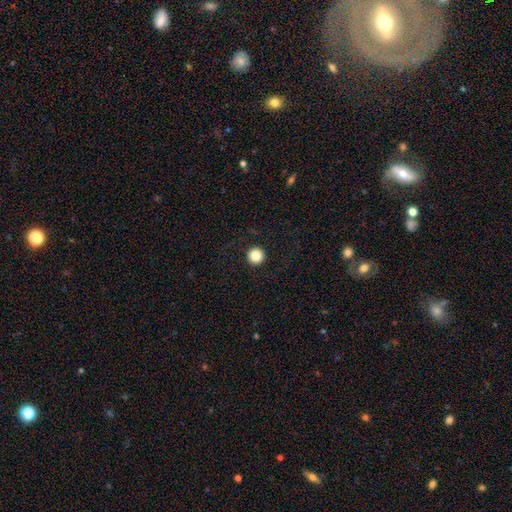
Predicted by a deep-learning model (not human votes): The model was most divided on "smooth or featured": smooth: 85%, star or artifact: 10%, featured or disk: 5%. More confident: how rounded — round (97%); merging — none (93%).